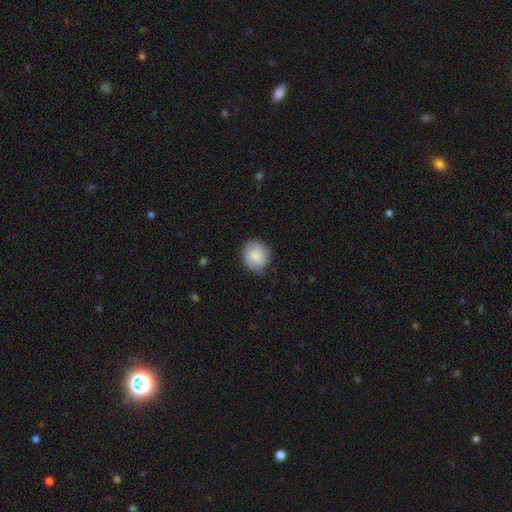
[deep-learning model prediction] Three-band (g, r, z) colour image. It shows a smooth galaxy with no disk features (60%) that is round (79%). Merging: none (64%).